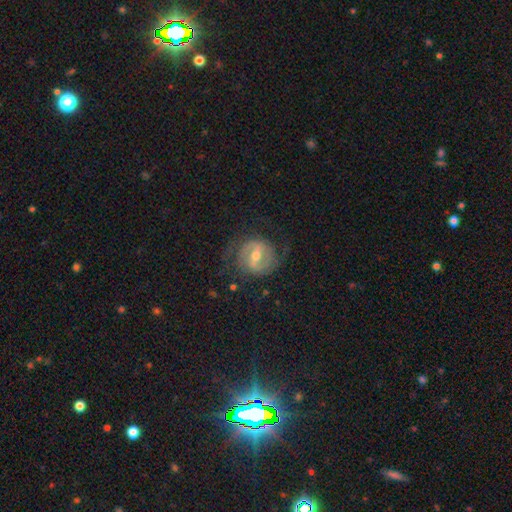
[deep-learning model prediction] smooth_or_featured: featured or disk (p=0.80) [alt: smooth p=0.14]
disk_edge_on: no (p=0.96) [alt: yes p=0.04]
bar: strong (p=0.49) [alt: weak p=0.41]
has_spiral_arms: yes (p=0.87) [alt: no p=0.13]
spiral_winding: medium (p=0.47) [alt: tight p=0.32]
spiral_arm_count: 2 (p=0.86) [alt: can't tell p=0.08]
bulge_size: moderate (p=0.65) [alt: small p=0.29]
merging: none (p=0.73) [alt: minor disturbance p=0.16]